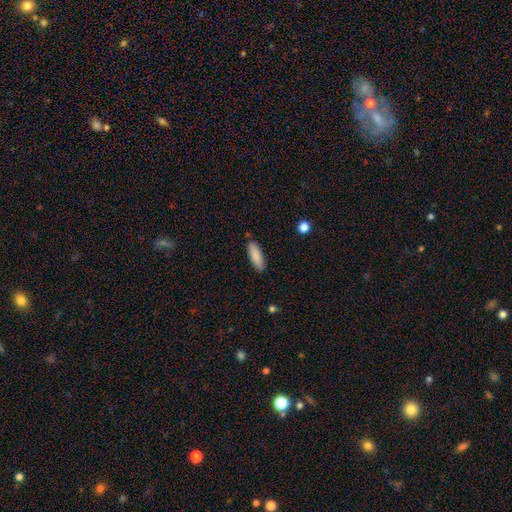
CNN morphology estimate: A smooth galaxy with no disk features (87%) that is in between round and cigar-shaped (60%). Merging: none (86%).